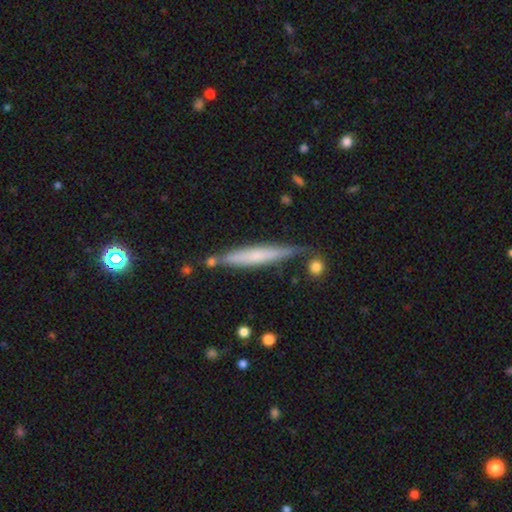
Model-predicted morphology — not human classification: The model was most divided on "smooth or featured": smooth: 52%, featured or disk: 41%, star or artifact: 6%. More confident: how rounded — cigar-shaped (93%); merging — none (71%).